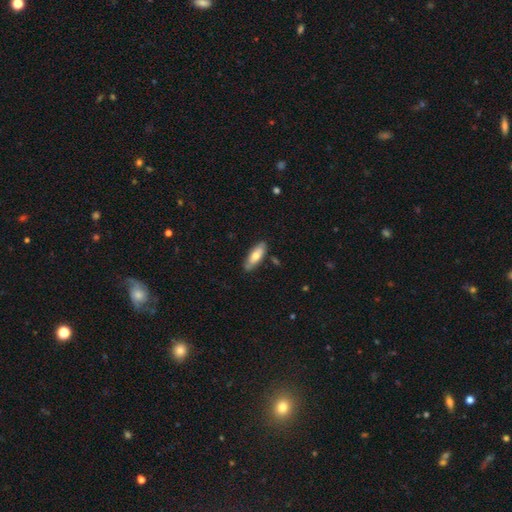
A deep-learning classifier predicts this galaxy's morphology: Smooth or featured: smooth — 63% (featured or disk — 32%)
How rounded: in between — 69% (cigar-shaped — 29%)
Merging: none — 83% (minor disturbance — 13%)